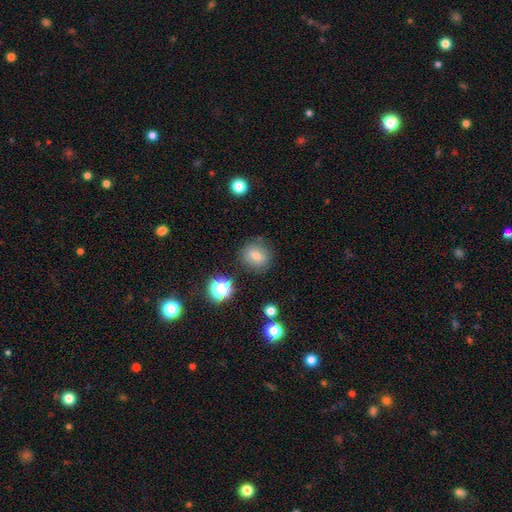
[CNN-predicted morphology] Smooth or featured? Predicted: smooth (p=0.78). How rounded? Predicted: round (p=0.73). Merging? Predicted: none (p=0.79).